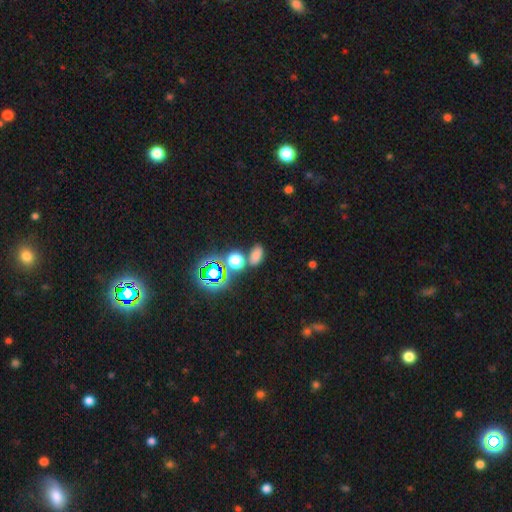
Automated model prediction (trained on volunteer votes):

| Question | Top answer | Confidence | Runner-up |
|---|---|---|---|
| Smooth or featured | smooth | 67% | star or artifact (26%) |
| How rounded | in between | 85% | round (13%) |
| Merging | none | 70% | merger (15%) |